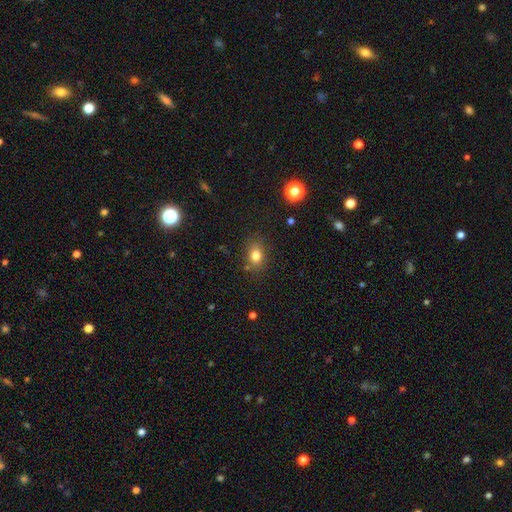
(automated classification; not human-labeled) Smooth or featured?
  - smooth: 80% *
  - star or artifact: 12%
  - featured or disk: 8%
How rounded?
  - in between: 59% *
  - round: 39%
  - cigar-shaped: 1%
Merging?
  - none: 78% *
  - minor disturbance: 14%
  - merger: 4%
  - major disturbance: 4%